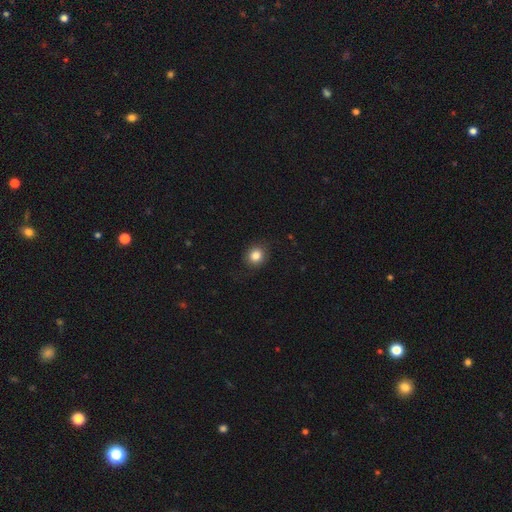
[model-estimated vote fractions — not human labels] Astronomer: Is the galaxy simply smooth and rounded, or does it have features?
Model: smooth — 84%.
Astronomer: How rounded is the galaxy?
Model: round — 79%.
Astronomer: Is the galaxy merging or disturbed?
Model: none — 86%.